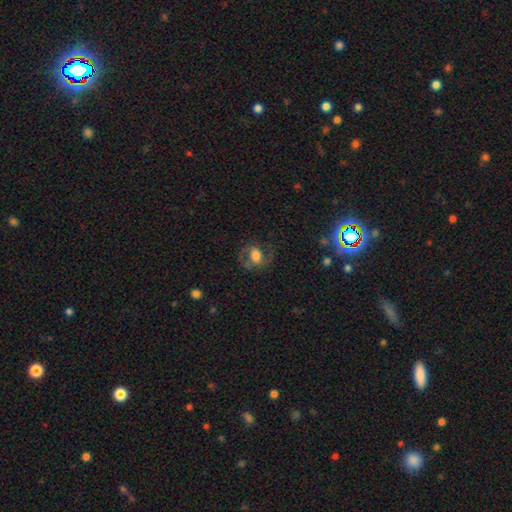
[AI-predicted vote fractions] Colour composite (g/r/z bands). It shows a featured or disk galaxy (63%) with no bar (40%), 2 (87%) medium (54%) spiral arms (83%) and a moderate central bulge (45%). Merging: none (67%).